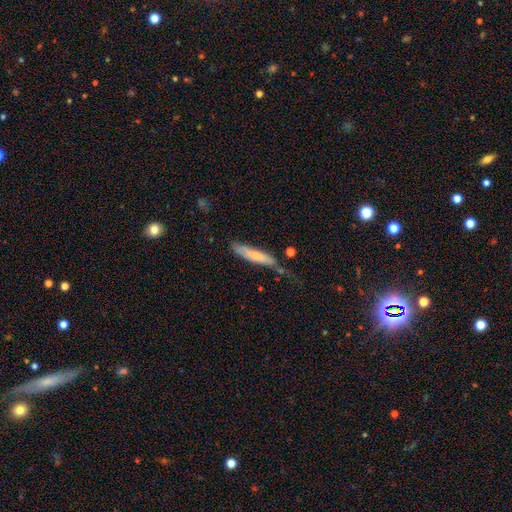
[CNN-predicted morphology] This is likely a smooth galaxy (62%). How rounded: clearly cigar-shaped (84%). Merging: possibly none (59%).